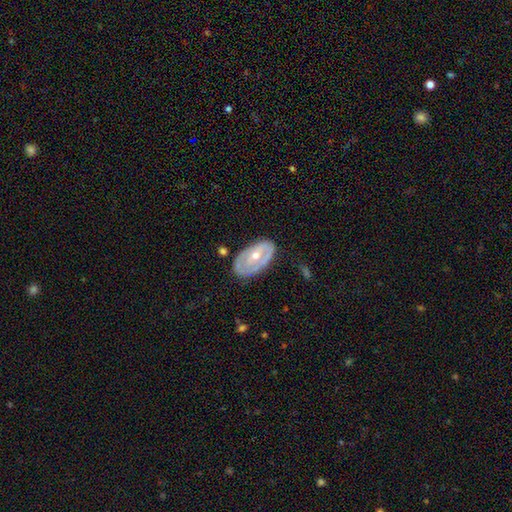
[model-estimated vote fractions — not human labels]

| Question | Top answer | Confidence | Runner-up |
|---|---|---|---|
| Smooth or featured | featured or disk | 68% | smooth (26%) |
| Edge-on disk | no | 90% | yes (10%) |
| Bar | no | 53% | weak (29%) |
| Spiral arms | no | 62% | yes (38%) |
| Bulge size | moderate | 56% | small (41%) |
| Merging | none | 75% | minor disturbance (18%) |